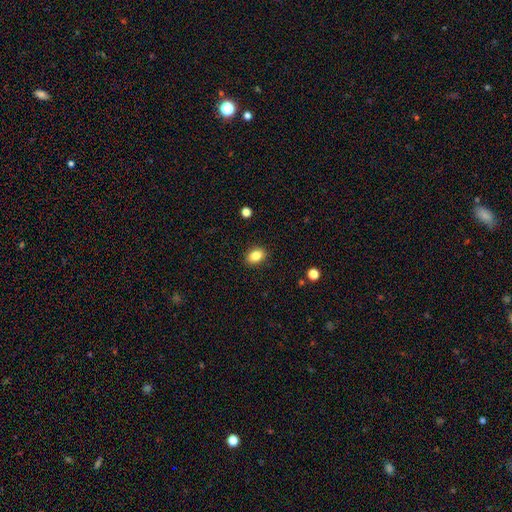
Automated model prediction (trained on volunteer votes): smooth_or_featured: smooth (p=0.86) [alt: star or artifact p=0.09]
how_rounded: in between (p=0.79) [alt: round p=0.20]
merging: none (p=0.88) [alt: minor disturbance p=0.08]